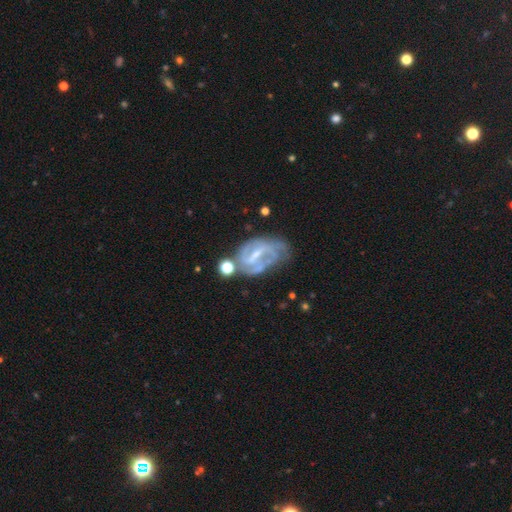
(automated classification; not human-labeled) Morphology: type=featured or disk (83%); edge-on=no (97%); bar=weak (46%); spiral arms=yes (89%); winding=medium (44%); arm count=2 (54%); bulge=small (64%); merging=none (43%).